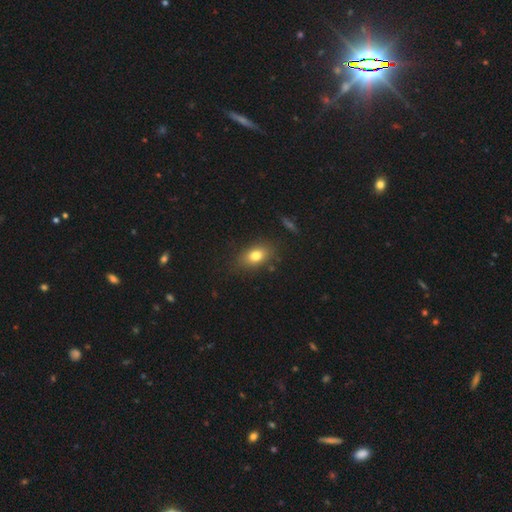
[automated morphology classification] This is likely a smooth galaxy (78%). How rounded: likely in between (78%). Merging: clearly none (82%).